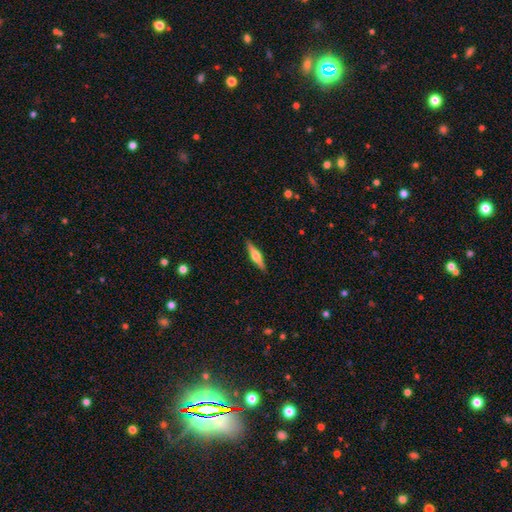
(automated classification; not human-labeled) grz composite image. It shows a featured or disk galaxy (57%) viewed edge-on (96%) with a rounded central bulge (90%). Merging: none (90%).